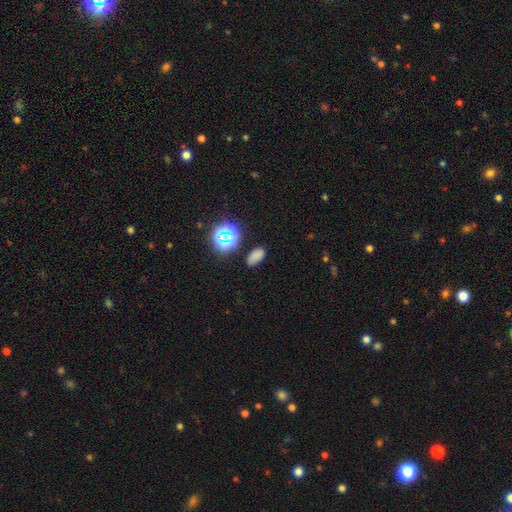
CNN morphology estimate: A smooth galaxy with no disk features (72%) that is in between round and cigar-shaped (90%). Merging: none (84%).